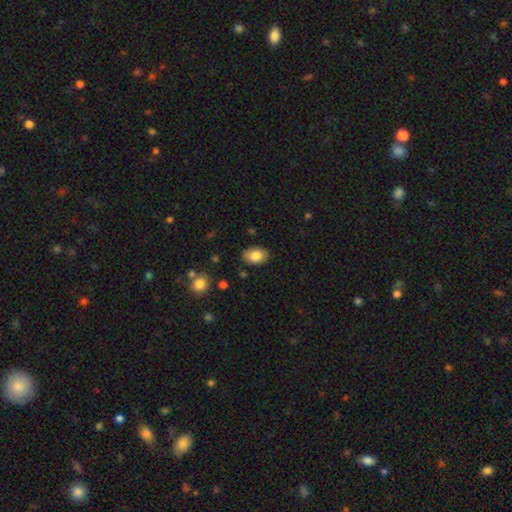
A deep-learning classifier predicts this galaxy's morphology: smooth-or-featured: smooth: 84% | featured or disk: 9% | star or artifact: 7%
  how-rounded: in between: 84% | round: 15% | cigar-shaped: 1%
  merging: none: 86% | minor disturbance: 10% | major disturbance: 2% | merger: 1%